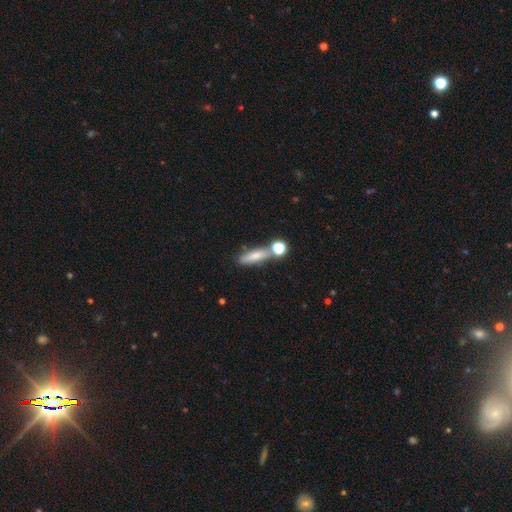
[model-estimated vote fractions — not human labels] smooth 72%, featured or disk 17%, star or artifact 11%. Down the decision tree: how rounded — cigar-shaped (53%); merging — none (60%).